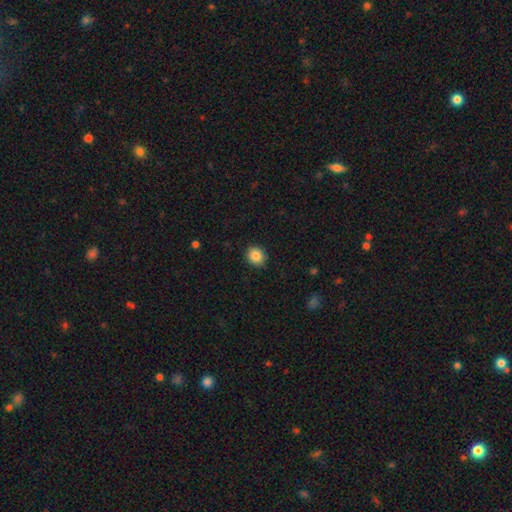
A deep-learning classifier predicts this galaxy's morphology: Smooth or featured?
  - smooth: 86% *
  - star or artifact: 9%
  - featured or disk: 5%
How rounded?
  - round: 74% *
  - in between: 25%
  - cigar-shaped: 1%
Merging?
  - none: 90% *
  - minor disturbance: 7%
  - major disturbance: 2%
  - merger: 1%